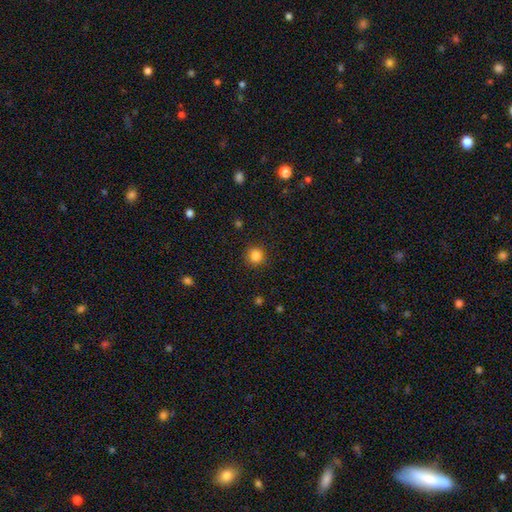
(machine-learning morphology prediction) smooth 84%, star or artifact 12%, featured or disk 4%. Down the decision tree: how rounded — round (94%); merging — none (90%).